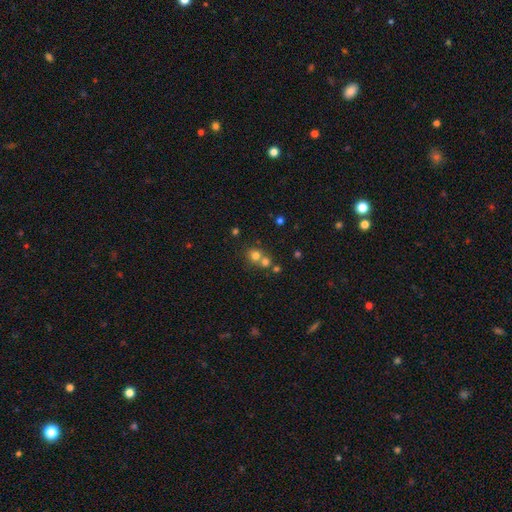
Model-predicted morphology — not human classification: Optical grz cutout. It shows a smooth galaxy with no disk features (71%) that is round (83%). Merging: merger (47%).